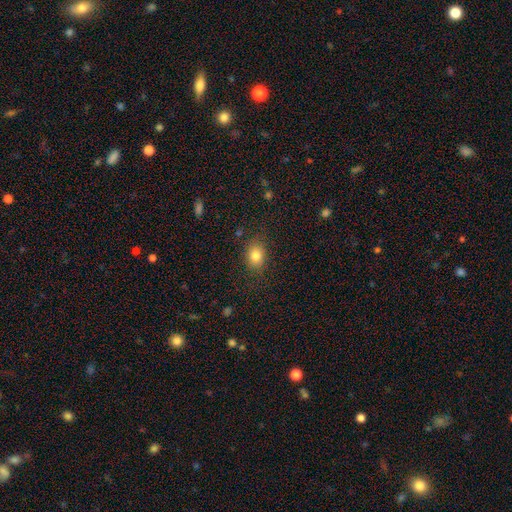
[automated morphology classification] Smooth or featured? Predicted: smooth (p=0.82). How rounded? Predicted: in between (p=0.59). Merging? Predicted: none (p=0.82).